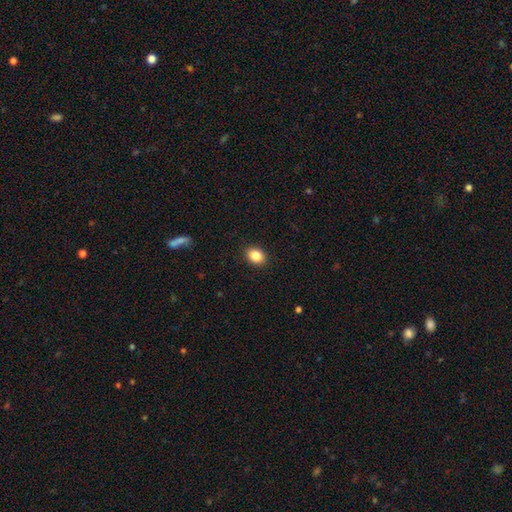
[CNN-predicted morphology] Smooth or featured? smooth (86%)
How rounded? in between (63%)
Merging? none (90%)